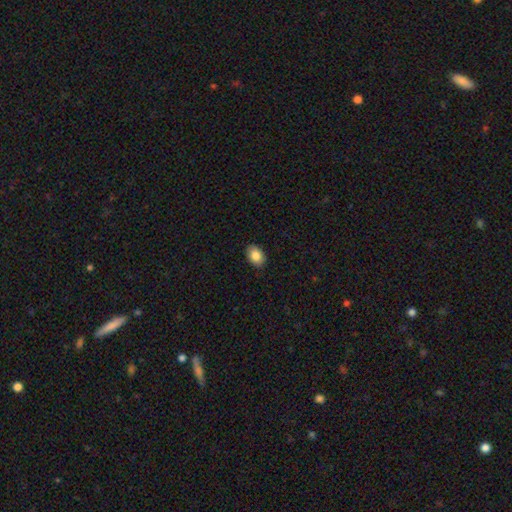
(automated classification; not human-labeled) Morphology: type=smooth (85%); roundness=in between (82%); merging=none (89%).